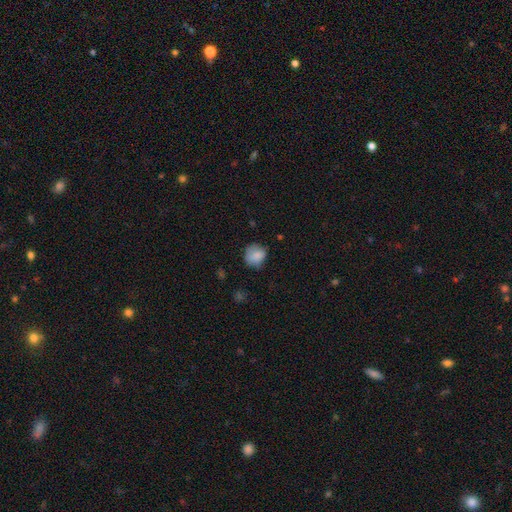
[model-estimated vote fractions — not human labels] smooth 80%, featured or disk 11%, star or artifact 9%. Down the decision tree: how rounded — round (72%); merging — none (59%).